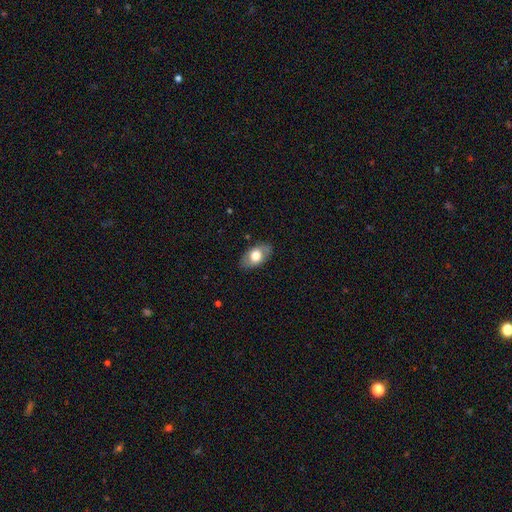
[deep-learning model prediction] smooth-or-featured: smooth: 65% | featured or disk: 29% | star or artifact: 6%
  how-rounded: in between: 89% | round: 9% | cigar-shaped: 2%
  merging: none: 83% | minor disturbance: 13% | major disturbance: 3% | merger: 1%